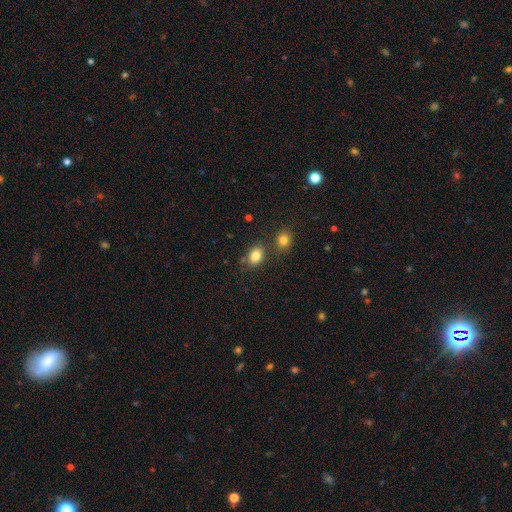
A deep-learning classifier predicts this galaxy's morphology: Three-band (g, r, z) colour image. It shows a smooth galaxy with no disk features (83%) that is in between round and cigar-shaped (66%). Merging: none (67%).